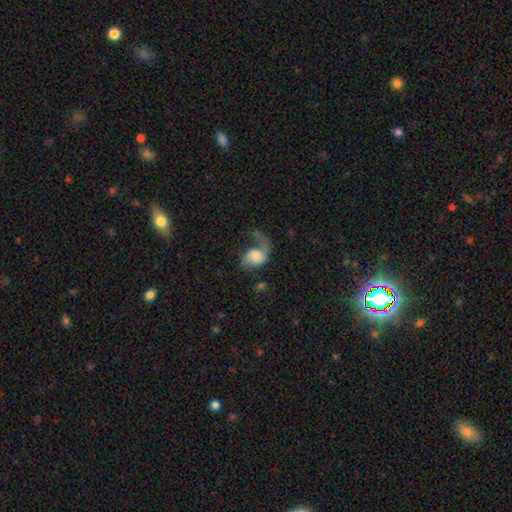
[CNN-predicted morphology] A featured or disk galaxy (53%) with no bar (70%), spiral arms (84%) and a large central bulge (30%).

Vote fractions:
- Smooth or featured? featured or disk: 53% / smooth: 39% / star or artifact: 8%
- Edge-on disk? no: 97% / yes: 3%
- Bar? no: 70% / weak: 24% / strong: 5%
- Spiral arms? yes: 84% / no: 16%
- Bulge size? large: 30% / none: 23% / moderate: 17% / dominant: 15% / small: 14%
- Merging? major disturbance: 51% / none: 25% / minor disturbance: 18% / merger: 5%